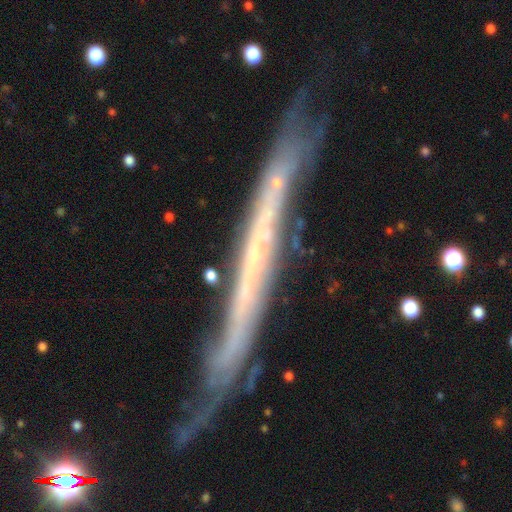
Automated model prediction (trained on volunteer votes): The model was most divided on "merging": none: 64%, minor disturbance: 25%, major disturbance: 8%, merger: 3%. More confident: edge-on bulge — none (88%); edge-on disk — yes (85%); smooth or featured — featured or disk (75%).